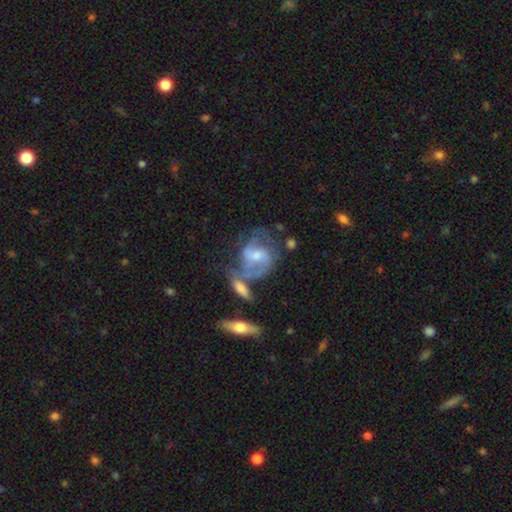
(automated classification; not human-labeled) Smooth or featured: featured or disk — 82% (smooth — 11%)
Edge-on disk: no — 95% (yes — 5%)
Bar: weak — 46% (no — 33%)
Spiral arms: yes — 92% (no — 8%)
Spiral winding: medium — 48% (tight — 35%)
Spiral arm count: 2 — 71% (can't tell — 15%)
Bulge size: moderate — 50% (small — 42%)
Merging: none — 51% (merger — 20%)